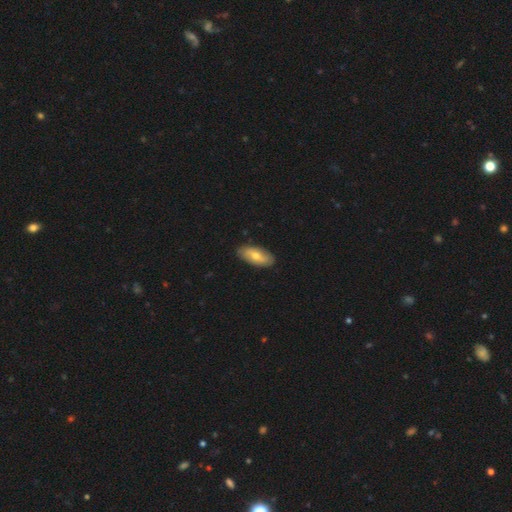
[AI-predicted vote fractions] Smooth or featured? Predicted: smooth (p=0.62). How rounded? Predicted: in between (p=0.84). Merging? Predicted: none (p=0.88).